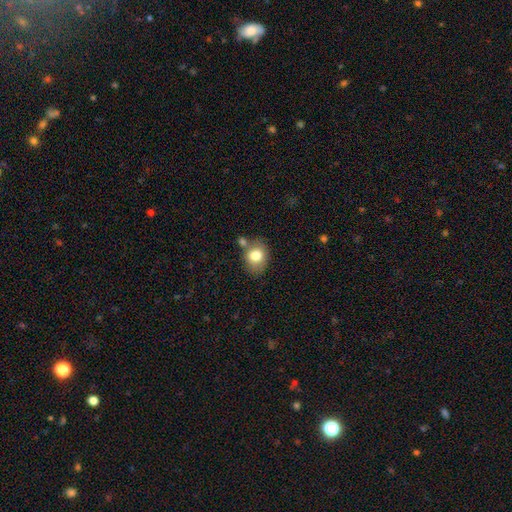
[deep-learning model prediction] This appears to be a smooth galaxy with no disk features (78%) that is in between round and cigar-shaped (56%). Merging: none (61%).